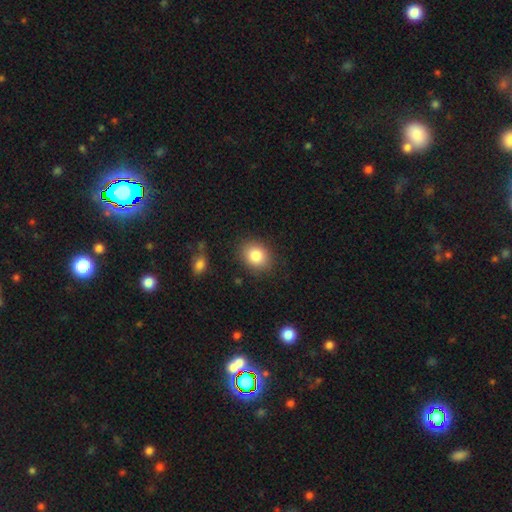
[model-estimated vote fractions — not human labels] This is clearly a smooth galaxy (85%). How rounded: possibly round (54%). Merging: clearly none (85%).